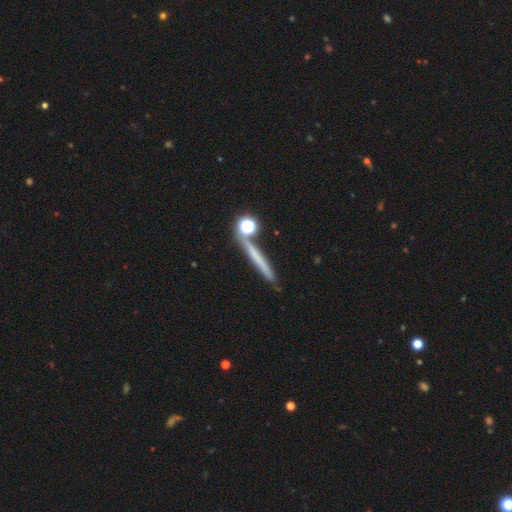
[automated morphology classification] Smooth or featured? Predicted: smooth (p=0.50). Merging? Predicted: none (p=0.78).